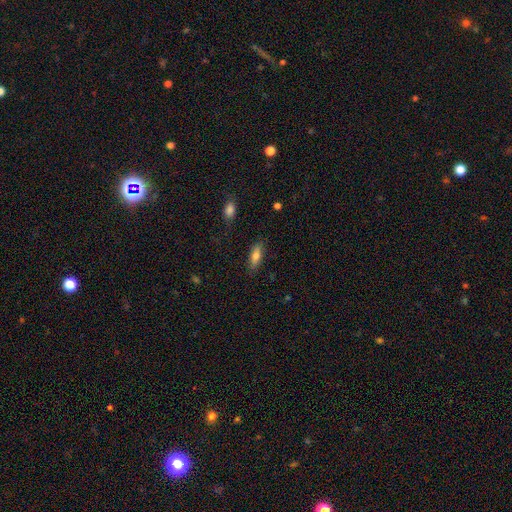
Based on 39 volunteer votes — Morphology: type=smooth (77%); roundness=in between (57%); merging=none (83%).